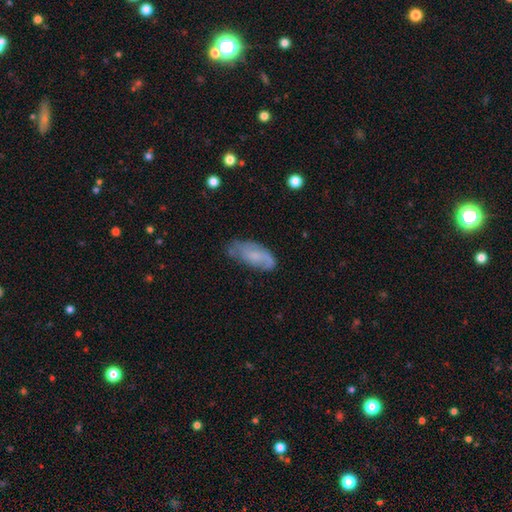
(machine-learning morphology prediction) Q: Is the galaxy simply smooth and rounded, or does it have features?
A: smooth — 50%.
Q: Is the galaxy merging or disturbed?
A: none — 56%.